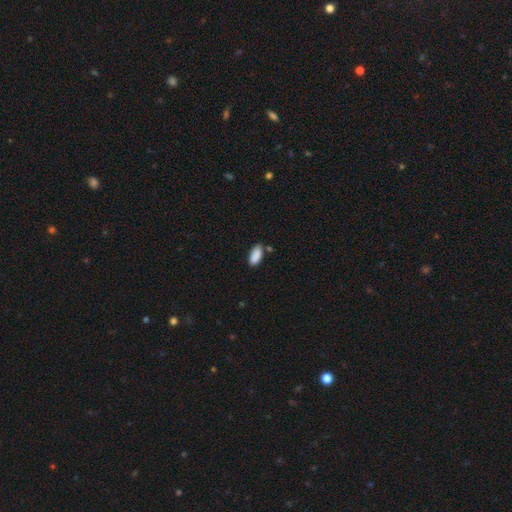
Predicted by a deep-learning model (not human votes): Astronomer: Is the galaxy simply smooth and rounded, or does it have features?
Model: smooth — 89%.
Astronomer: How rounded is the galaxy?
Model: in between — 89%.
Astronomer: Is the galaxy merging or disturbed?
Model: none — 74%.